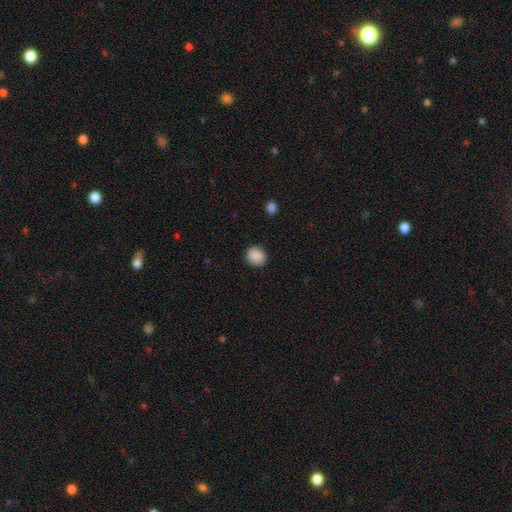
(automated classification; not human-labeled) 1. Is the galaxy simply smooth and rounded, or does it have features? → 89% smooth, 8% star or artifact, 3% featured or disk.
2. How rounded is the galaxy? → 80% round, 19% in between, 1% cigar-shaped.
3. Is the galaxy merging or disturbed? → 88% none, 9% minor disturbance, 2% major disturbance, 1% merger.